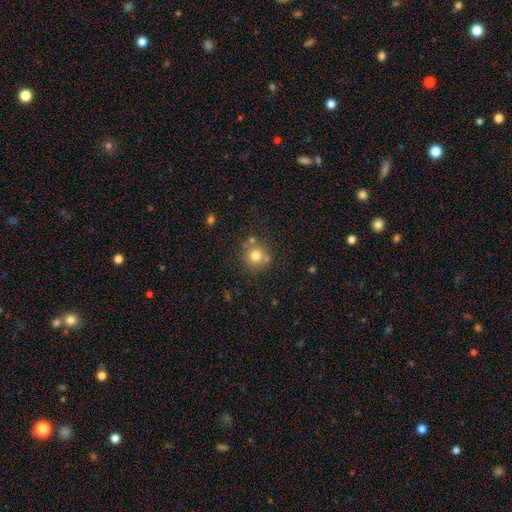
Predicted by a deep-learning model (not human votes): This is likely a smooth galaxy (75%). How rounded: clearly round (92%). Merging: likely none (71%).